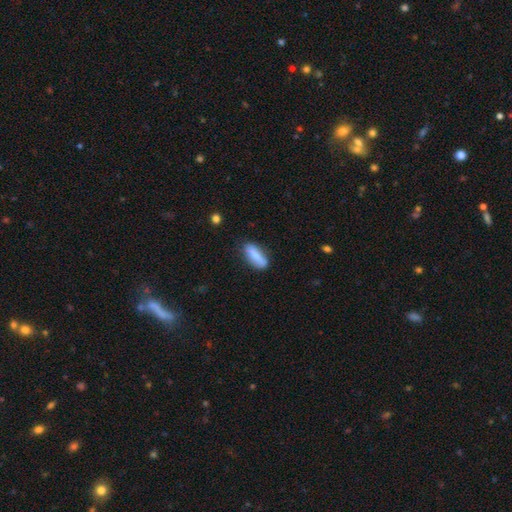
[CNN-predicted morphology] Smooth or featured: smooth — 81% (featured or disk — 13%)
How rounded: in between — 59% (cigar-shaped — 39%)
Merging: none — 75% (minor disturbance — 19%)